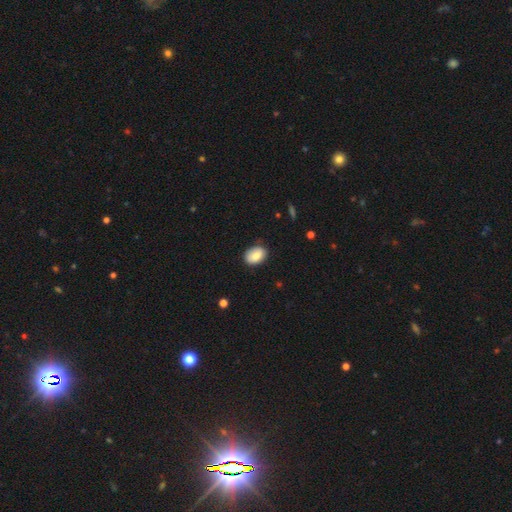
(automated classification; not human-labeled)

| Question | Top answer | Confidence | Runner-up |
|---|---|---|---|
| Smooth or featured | smooth | 81% | featured or disk (12%) |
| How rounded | in between | 79% | round (20%) |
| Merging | none | 81% | minor disturbance (15%) |